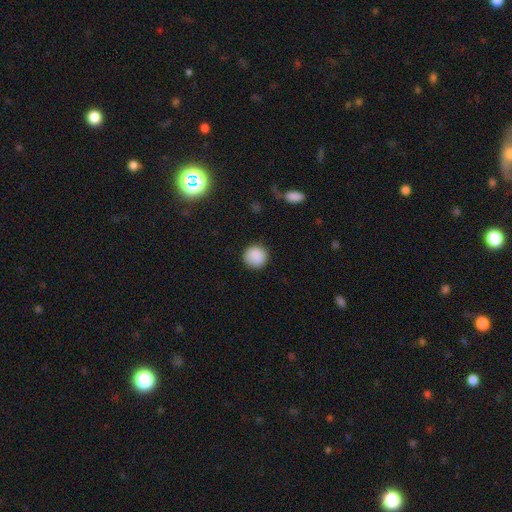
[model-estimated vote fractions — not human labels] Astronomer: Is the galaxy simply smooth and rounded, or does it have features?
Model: smooth — 88%.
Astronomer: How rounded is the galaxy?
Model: round — 93%.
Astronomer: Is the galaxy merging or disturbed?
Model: none — 88%.